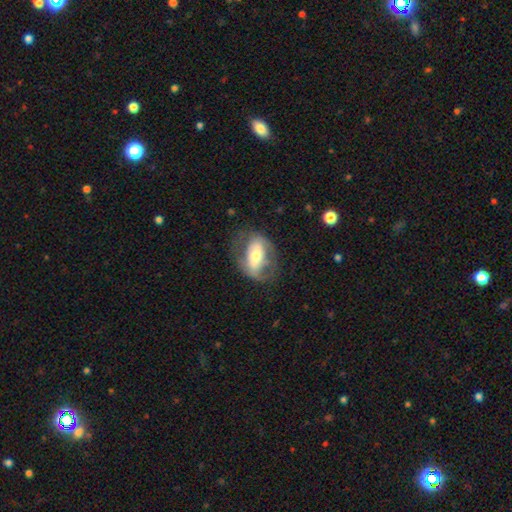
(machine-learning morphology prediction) This appears to be a featured or disk galaxy (52%). Merging: none (59%).